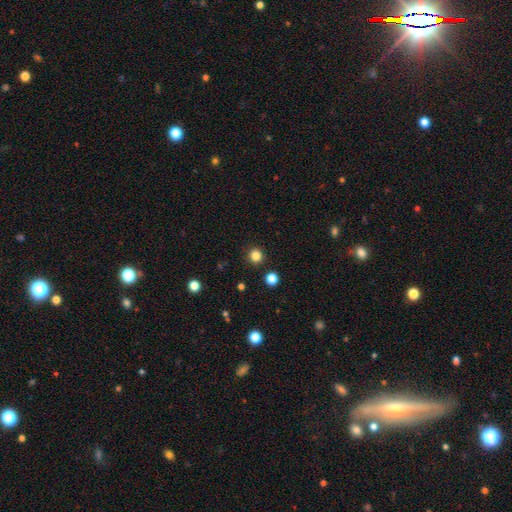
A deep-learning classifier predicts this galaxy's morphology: This is clearly a smooth galaxy (83%). How rounded: clearly round (94%). Merging: clearly none (91%).